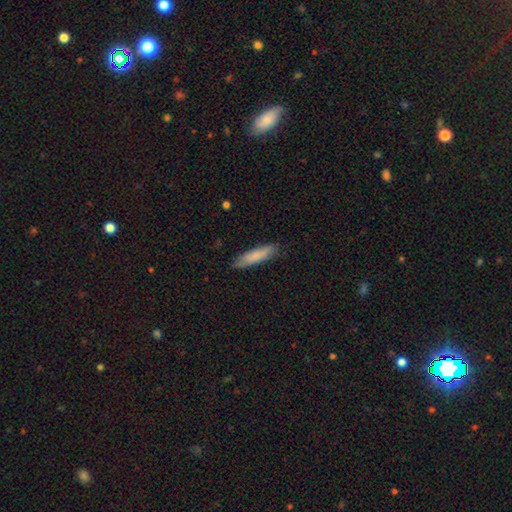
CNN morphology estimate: The model was most divided on "how rounded": cigar-shaped: 80%, in between: 18%, round: 1%. More confident: merging — none (87%); smooth or featured — smooth (81%).